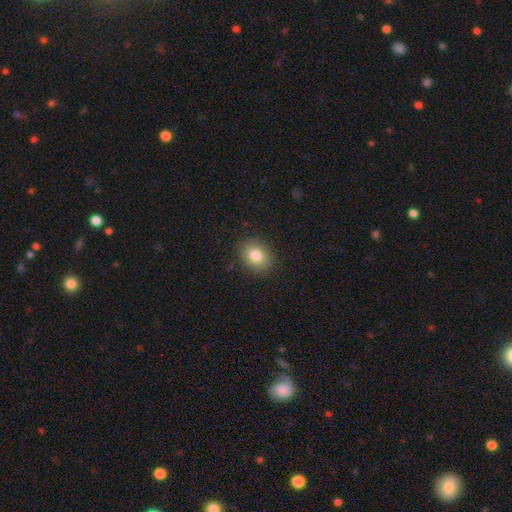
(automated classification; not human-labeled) smooth_or_featured: smooth (p=0.82) [alt: star or artifact p=0.10]
how_rounded: in between (p=0.53) [alt: round p=0.46]
merging: none (p=0.88) [alt: minor disturbance p=0.08]